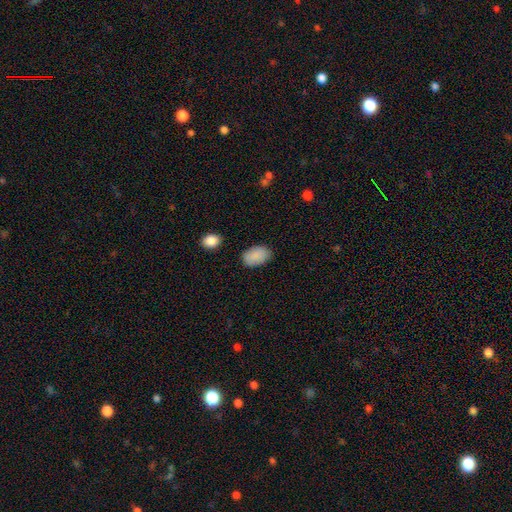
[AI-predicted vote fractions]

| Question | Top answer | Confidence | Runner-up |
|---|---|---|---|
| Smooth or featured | smooth | 89% | star or artifact (7%) |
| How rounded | in between | 91% | round (8%) |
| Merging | none | 83% | minor disturbance (12%) |